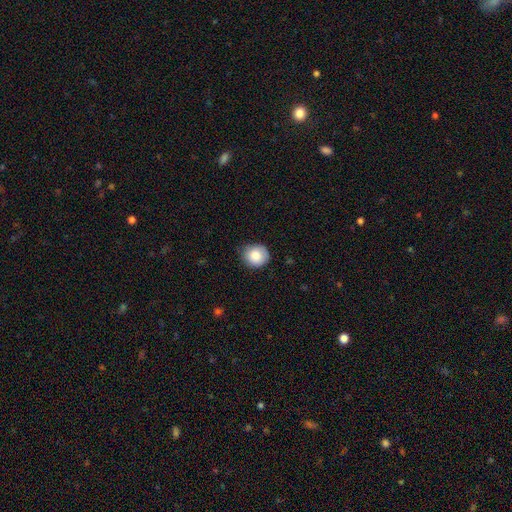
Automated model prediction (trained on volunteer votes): Overall: smooth (85%). How rounded: round (84%). Merging: none (76%).